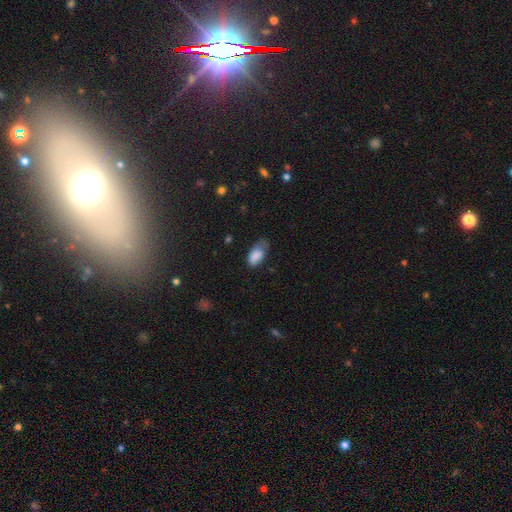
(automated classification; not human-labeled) smooth_or_featured: smooth (p=0.84) [alt: featured or disk p=0.08]
how_rounded: in between (p=0.92) [alt: cigar-shaped p=0.05]
merging: minor disturbance (p=0.42) [alt: none p=0.40]